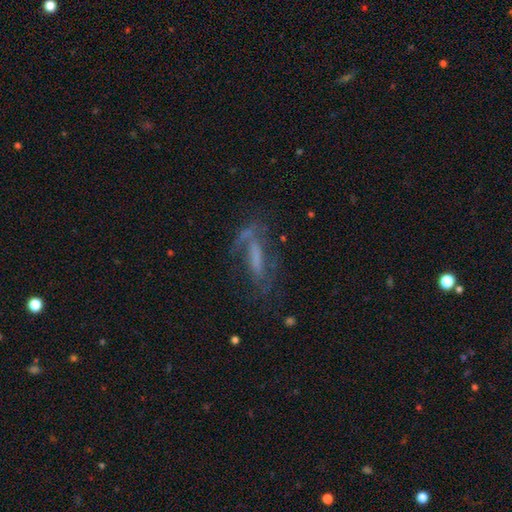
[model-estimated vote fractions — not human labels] smooth_or_featured: featured or disk (p=0.62) [alt: smooth p=0.25]
disk_edge_on: no (p=0.78) [alt: yes p=0.22]
merging: none (p=0.49) [alt: major disturbance p=0.26]